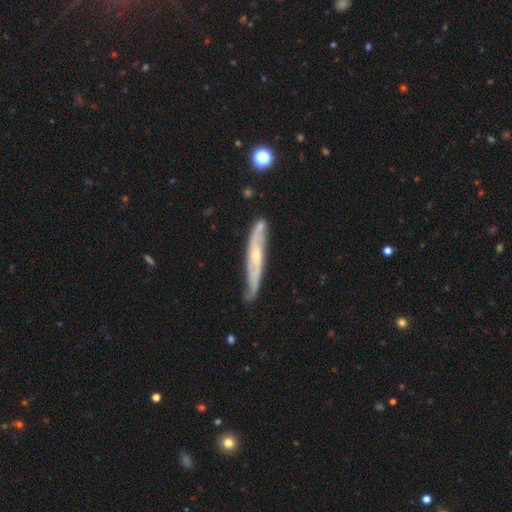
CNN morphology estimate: Overall: featured or disk (75%). Edge-on disk: yes (60%; no 40%). Merging: none (72%).